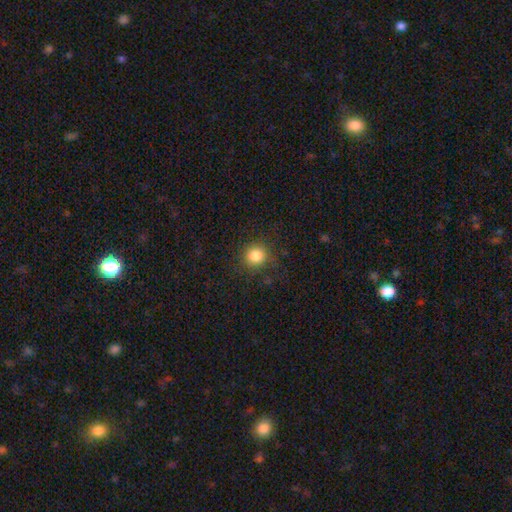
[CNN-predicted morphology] smooth 84%, star or artifact 11%, featured or disk 5%. Down the decision tree: how rounded — round (85%); merging — none (84%).